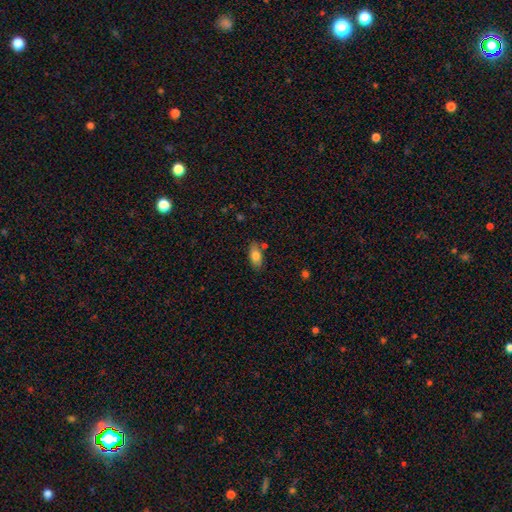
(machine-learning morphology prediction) A smooth galaxy with no disk features (78%) that is in between round and cigar-shaped (88%).

Vote fractions:
- Smooth or featured? smooth: 78% / featured or disk: 14% / star or artifact: 8%
- How rounded? in between: 88% / cigar-shaped: 7% / round: 4%
- Merging? none: 75% / minor disturbance: 15% / merger: 6% / major disturbance: 3%